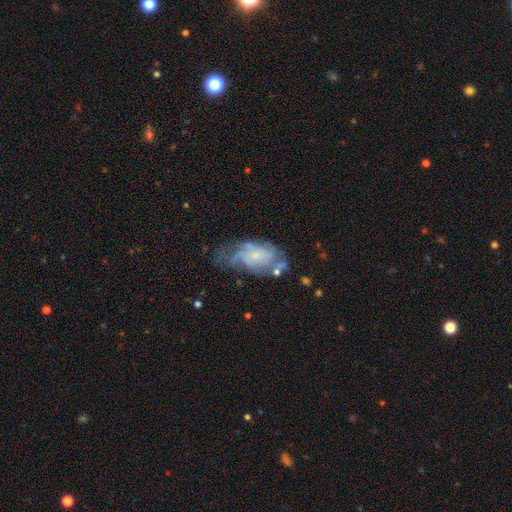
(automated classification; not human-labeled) The model was most divided on "spiral winding": tight: 44%, medium: 38%, loose: 18%. Remaining: edge-on disk — no (96%); spiral arms — yes (87%); smooth or featured — featured or disk (74%); bar — no (71%); bulge size — small (70%); merging — none (45%); spiral arm count — can't tell (41%).